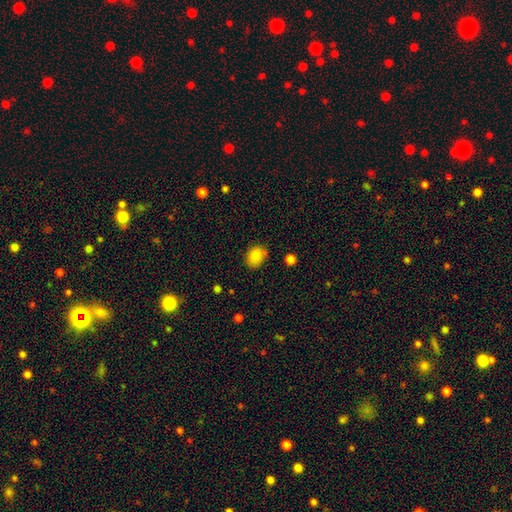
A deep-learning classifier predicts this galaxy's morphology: smooth-or-featured: smooth: 86% | star or artifact: 9% | featured or disk: 5%
  how-rounded: in between: 57% | round: 42% | cigar-shaped: 1%
  merging: none: 77% | minor disturbance: 16% | major disturbance: 4% | merger: 3%